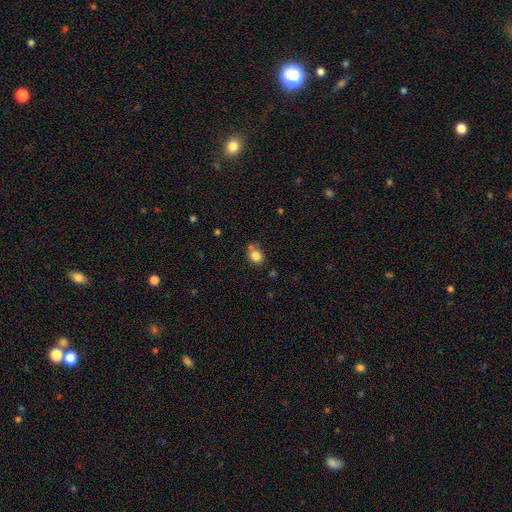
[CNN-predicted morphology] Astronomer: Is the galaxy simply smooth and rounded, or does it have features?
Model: smooth — 82%.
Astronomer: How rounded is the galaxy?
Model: round — 64%.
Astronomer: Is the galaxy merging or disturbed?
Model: none — 61%.